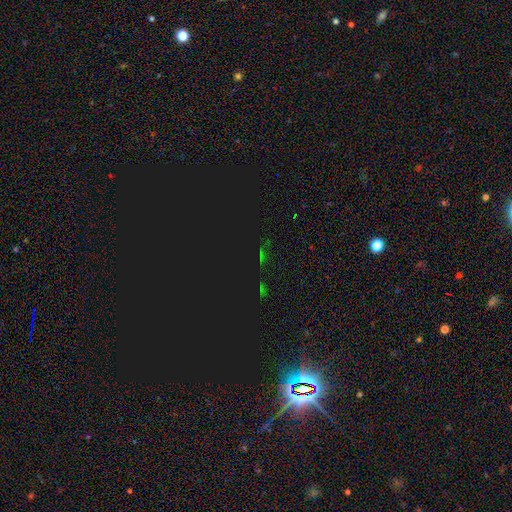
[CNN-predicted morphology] Overall: star or artifact (80%).